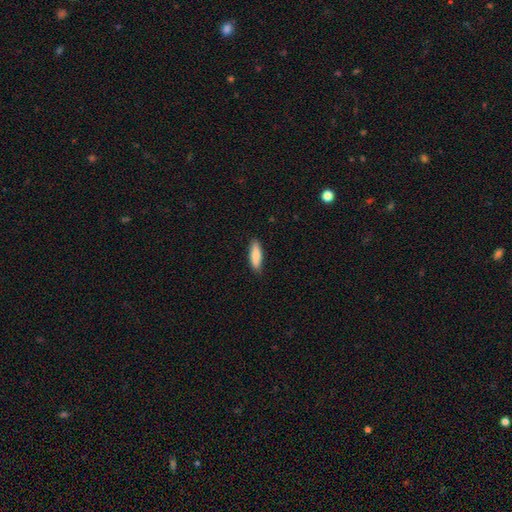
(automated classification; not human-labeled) smooth-or-featured: smooth: 86% | featured or disk: 9% | star or artifact: 6%
  how-rounded: cigar-shaped: 56% | in between: 42% | round: 2%
  merging: none: 86% | minor disturbance: 11% | major disturbance: 2% | merger: 1%